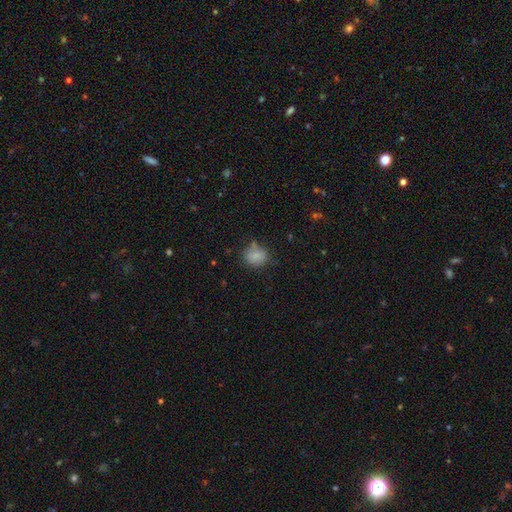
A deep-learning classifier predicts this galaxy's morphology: This is clearly a smooth galaxy (81%). How rounded: likely round (64%). Merging: likely none (67%).